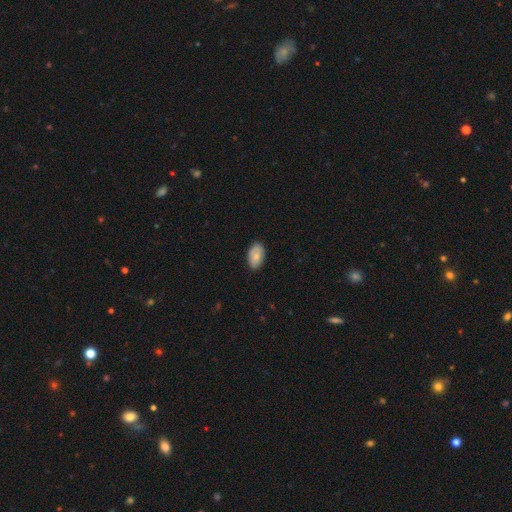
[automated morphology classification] Smooth or featured? smooth (76%)
How rounded? in between (93%)
Merging? none (81%)